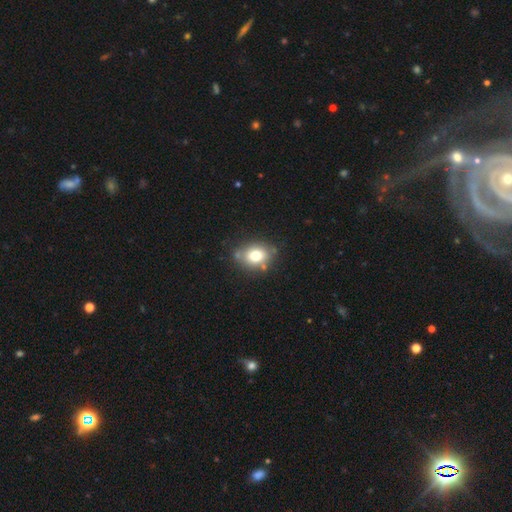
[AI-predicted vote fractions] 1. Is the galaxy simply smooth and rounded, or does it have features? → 74% smooth, 15% featured or disk, 11% star or artifact.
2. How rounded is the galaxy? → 52% in between, 47% round, 1% cigar-shaped.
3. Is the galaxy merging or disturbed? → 74% none, 15% minor disturbance, 7% merger, 4% major disturbance.